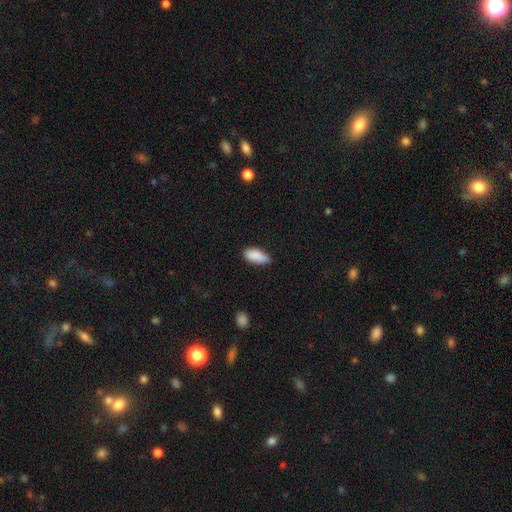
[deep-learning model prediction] This is clearly a smooth galaxy (89%). How rounded: clearly in between (85%). Merging: likely none (74%).